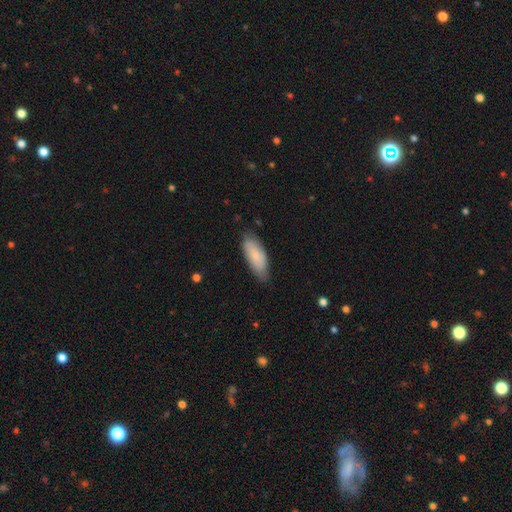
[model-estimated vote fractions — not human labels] Smooth or featured: smooth — 78% (featured or disk — 16%)
How rounded: in between — 79% (cigar-shaped — 19%)
Merging: none — 72% (minor disturbance — 23%)